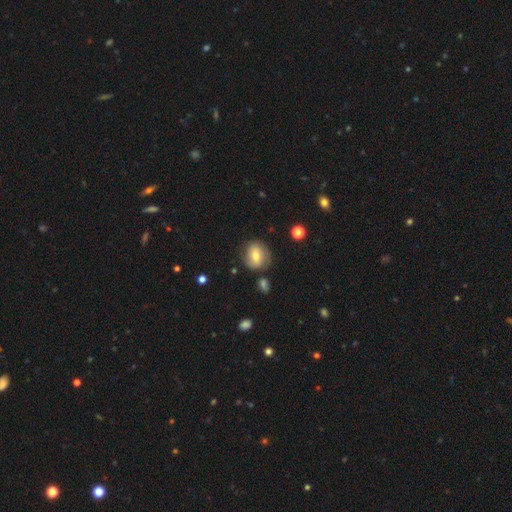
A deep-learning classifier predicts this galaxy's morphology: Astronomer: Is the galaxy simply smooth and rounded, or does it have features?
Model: smooth — 62%.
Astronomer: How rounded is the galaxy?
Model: round — 66%.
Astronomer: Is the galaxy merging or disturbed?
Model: none — 73%.